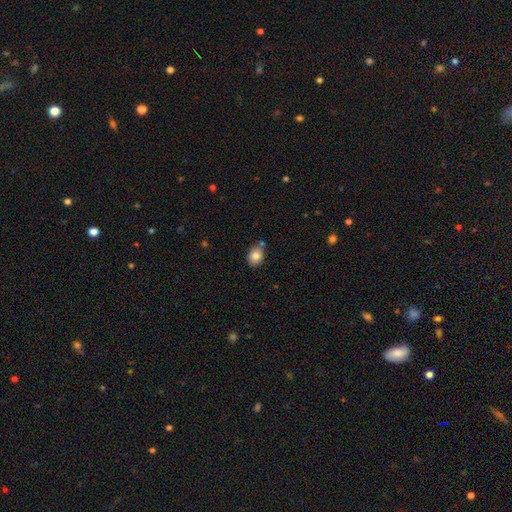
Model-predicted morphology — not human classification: Overall: smooth (83%). How rounded: in between (55%; round 44%). Merging: none (71%).